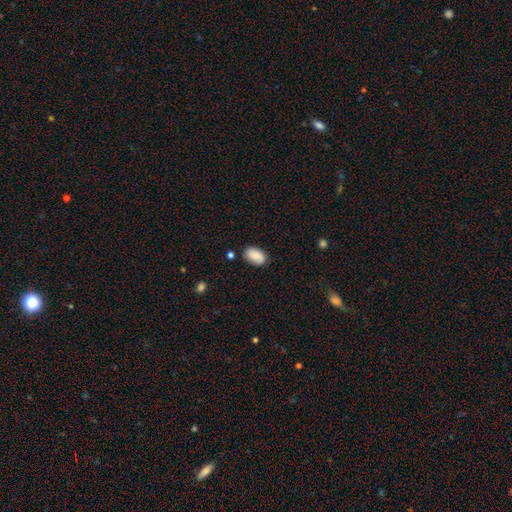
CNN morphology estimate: This appears to be a smooth galaxy with no disk features (82%) that is in between round and cigar-shaped (91%). Merging: none (77%).